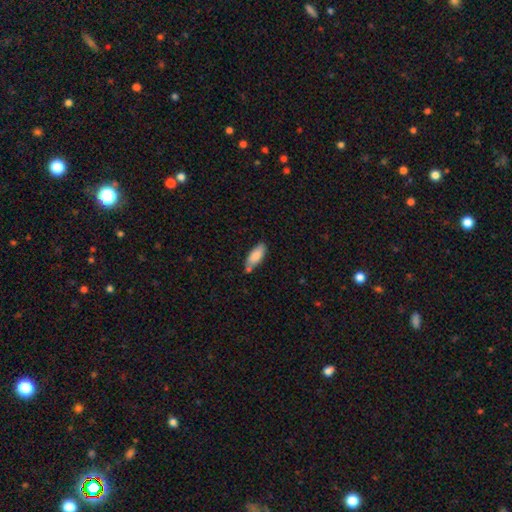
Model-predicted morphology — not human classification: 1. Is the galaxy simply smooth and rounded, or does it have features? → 82% smooth, 12% featured or disk, 6% star or artifact.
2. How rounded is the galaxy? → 73% in between, 25% cigar-shaped, 2% round.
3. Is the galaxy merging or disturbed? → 64% none, 21% minor disturbance, 11% merger, 4% major disturbance.